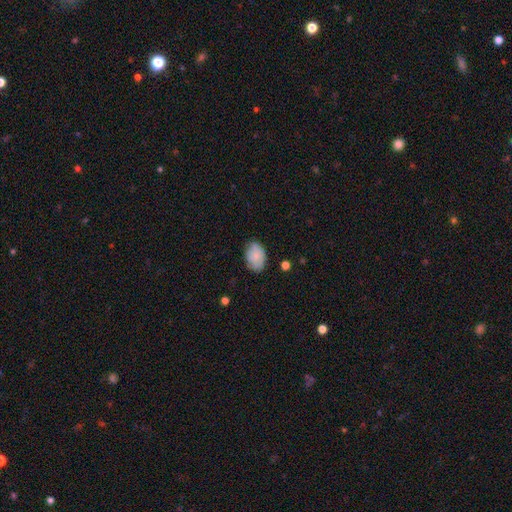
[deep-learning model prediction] smooth_or_featured: smooth (p=0.80) [alt: featured or disk p=0.13]
how_rounded: in between (p=0.84) [alt: round p=0.15]
merging: none (p=0.73) [alt: minor disturbance p=0.21]